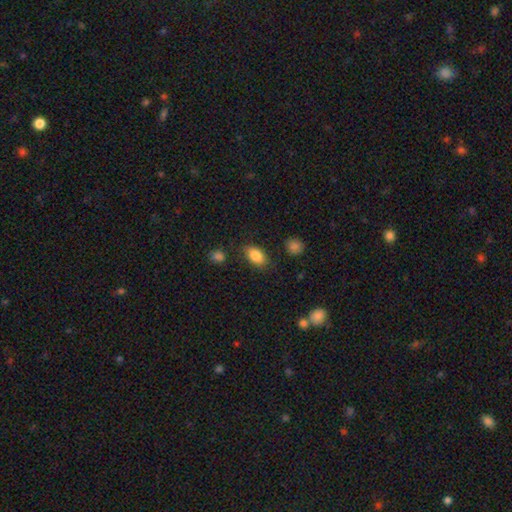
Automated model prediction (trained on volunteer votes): Smooth or featured? Predicted: smooth (p=0.85). How rounded? Predicted: in between (p=0.89). Merging? Predicted: none (p=0.79).